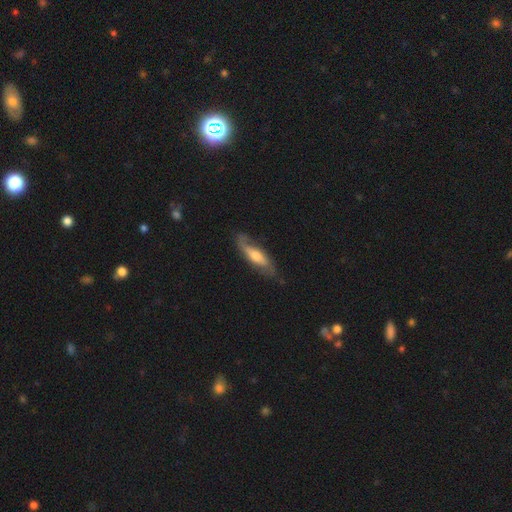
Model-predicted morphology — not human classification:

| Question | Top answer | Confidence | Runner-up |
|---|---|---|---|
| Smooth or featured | featured or disk | 59% | smooth (36%) |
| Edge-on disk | no | 66% | yes (34%) |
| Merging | none | 67% | minor disturbance (23%) |